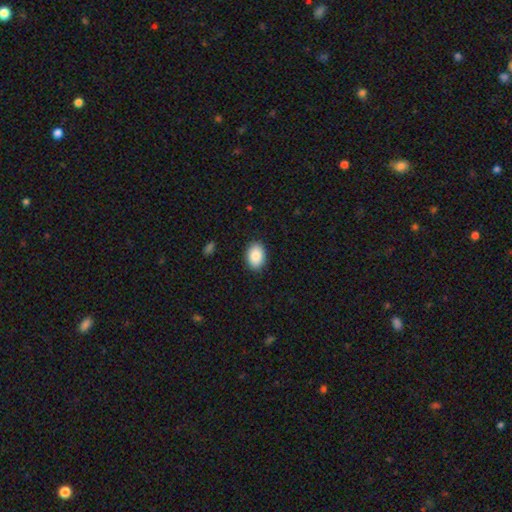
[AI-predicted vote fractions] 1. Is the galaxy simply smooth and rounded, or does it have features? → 88% smooth, 7% star or artifact, 5% featured or disk.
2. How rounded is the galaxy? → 83% in between, 16% round, 1% cigar-shaped.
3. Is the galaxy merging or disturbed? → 88% none, 9% minor disturbance, 2% major disturbance, 1% merger.